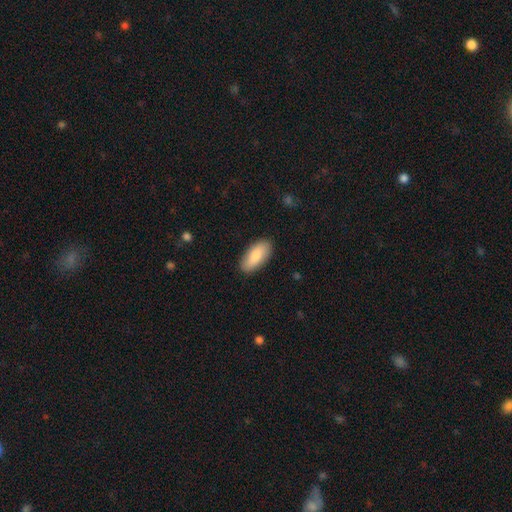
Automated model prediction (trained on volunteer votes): This appears to be a smooth galaxy with no disk features (84%) that is in between round and cigar-shaped (90%). Merging: none (88%).